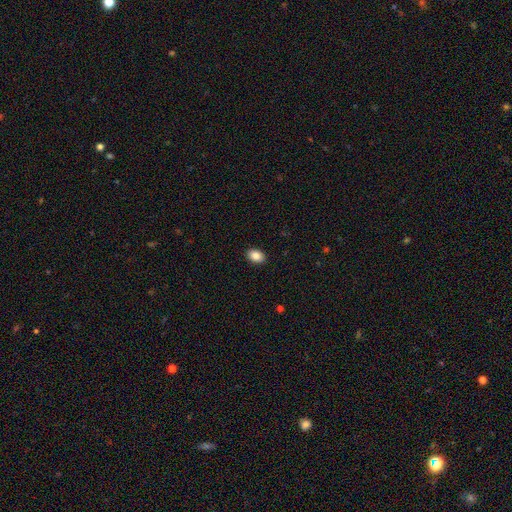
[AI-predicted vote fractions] A smooth galaxy with no disk features (86%) that is in between round and cigar-shaped (80%). Merging: none (90%).